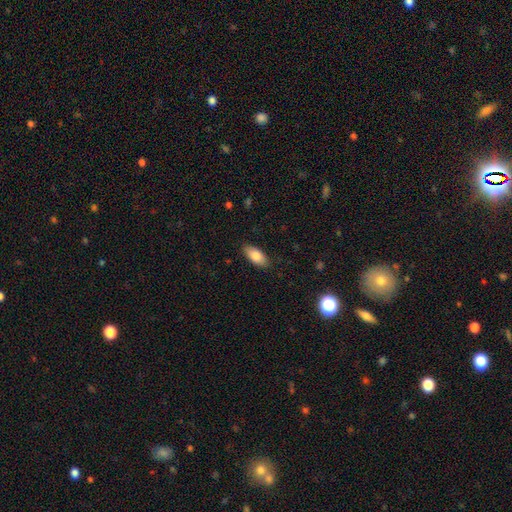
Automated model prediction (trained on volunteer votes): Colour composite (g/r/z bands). It shows a smooth galaxy with no disk features (83%) that is in between round and cigar-shaped (89%). Merging: none (86%).